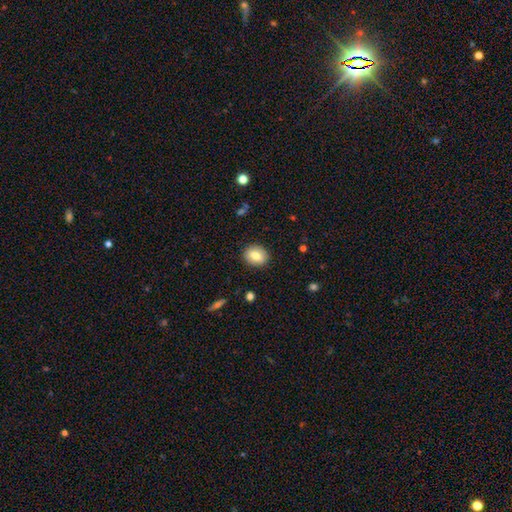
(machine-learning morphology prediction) Smooth or featured?
  - smooth: 78% *
  - featured or disk: 14%
  - star or artifact: 8%
How rounded?
  - round: 54% *
  - in between: 45%
  - cigar-shaped: 1%
Merging?
  - none: 89% *
  - minor disturbance: 8%
  - major disturbance: 2%
  - merger: 1%